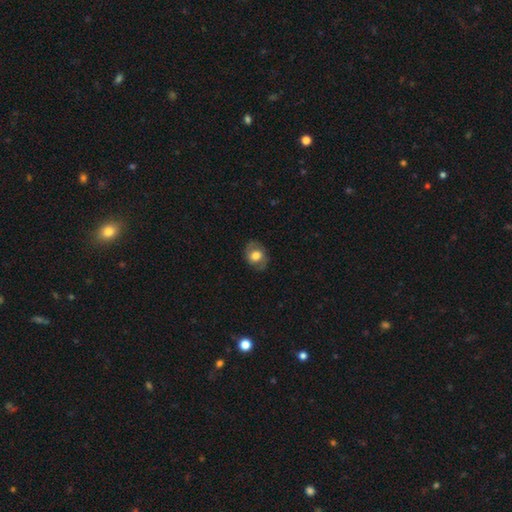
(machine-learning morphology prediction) Smooth or featured? Predicted: smooth (p=0.59). How rounded? Predicted: in between (p=0.50). Merging? Predicted: none (p=0.76).